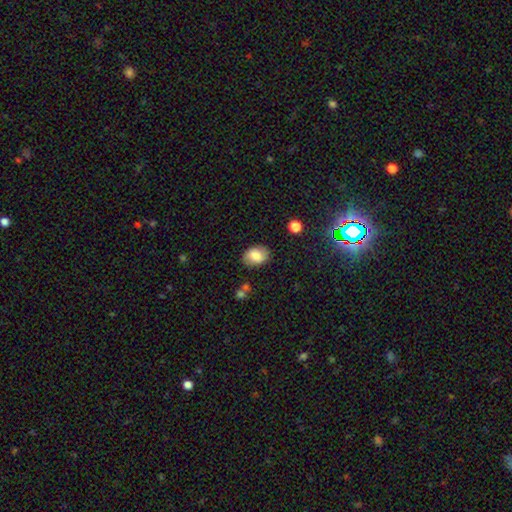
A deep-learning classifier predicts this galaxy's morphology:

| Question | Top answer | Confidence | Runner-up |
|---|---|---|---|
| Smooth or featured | smooth | 77% | featured or disk (15%) |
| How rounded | in between | 74% | round (24%) |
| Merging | none | 81% | minor disturbance (13%) |